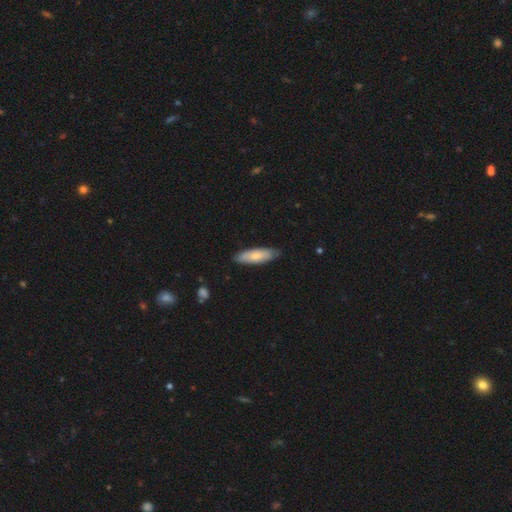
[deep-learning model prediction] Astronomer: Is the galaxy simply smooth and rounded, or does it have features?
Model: smooth — 70%.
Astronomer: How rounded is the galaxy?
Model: in between — 54% (runner-up: cigar-shaped, 45%).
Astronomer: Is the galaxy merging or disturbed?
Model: none — 81%.